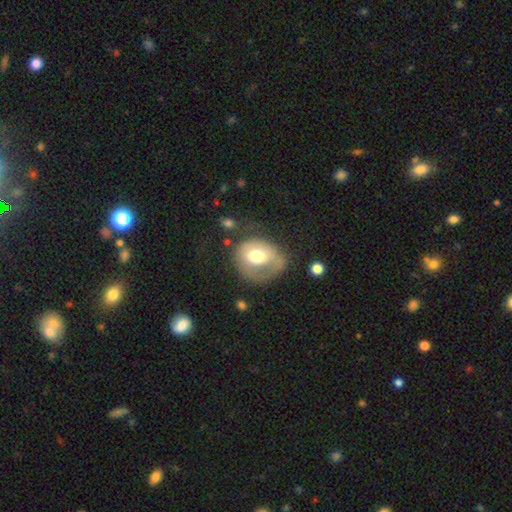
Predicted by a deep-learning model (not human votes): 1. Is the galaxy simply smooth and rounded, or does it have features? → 53% smooth, 40% featured or disk, 7% star or artifact.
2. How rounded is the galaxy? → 59% round, 40% in between, 1% cigar-shaped.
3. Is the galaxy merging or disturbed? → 36% none, 33% major disturbance, 27% minor disturbance, 4% merger.